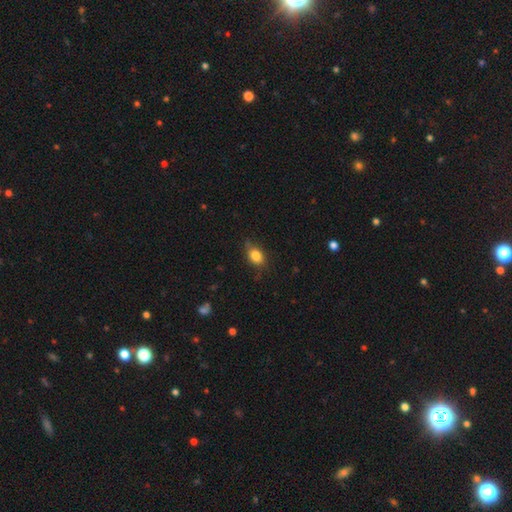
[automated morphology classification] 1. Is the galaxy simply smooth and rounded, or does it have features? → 83% smooth, 9% star or artifact, 8% featured or disk.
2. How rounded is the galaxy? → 77% in between, 20% round, 3% cigar-shaped.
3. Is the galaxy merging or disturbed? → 69% none, 24% minor disturbance, 5% major disturbance, 1% merger.